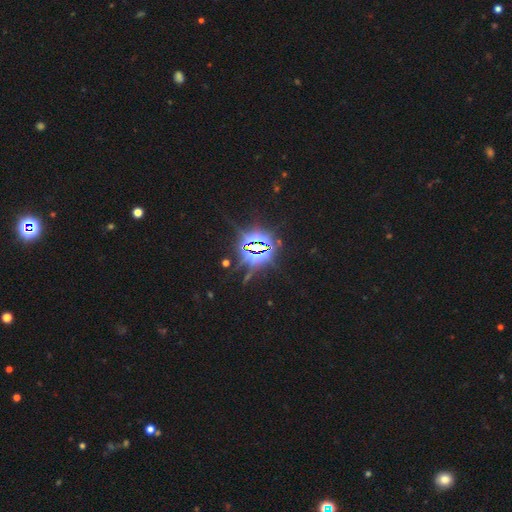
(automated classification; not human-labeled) Q: Smooth or featured?
A: star or artifact (84%); runner-up: smooth (8%)